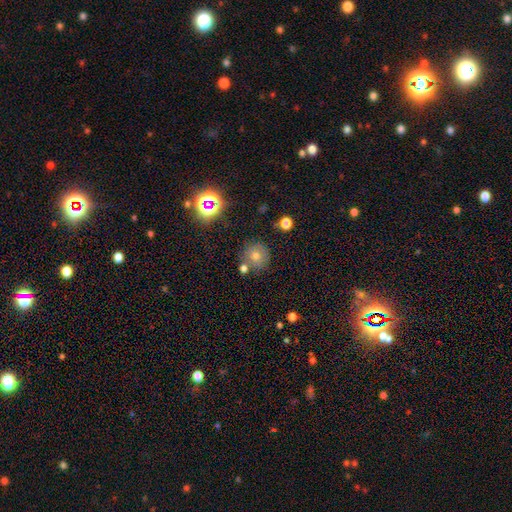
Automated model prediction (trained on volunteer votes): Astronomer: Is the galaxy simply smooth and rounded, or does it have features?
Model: smooth — 62%.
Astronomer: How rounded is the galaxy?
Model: round — 93%.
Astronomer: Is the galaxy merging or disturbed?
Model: none — 77%.